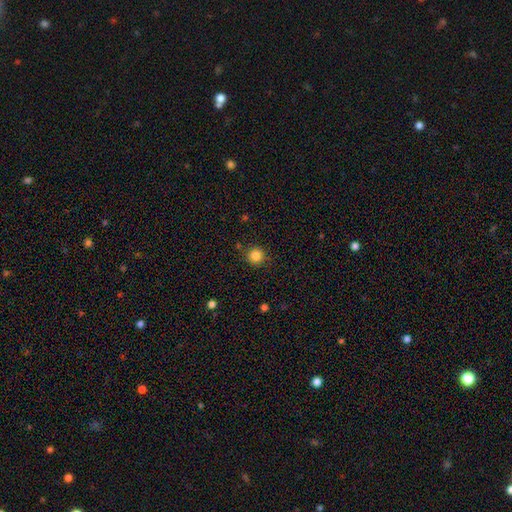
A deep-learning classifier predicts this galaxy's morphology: The model was most divided on "smooth or featured": smooth: 84%, star or artifact: 11%, featured or disk: 4%. More confident: how rounded — round (94%); merging — none (88%).